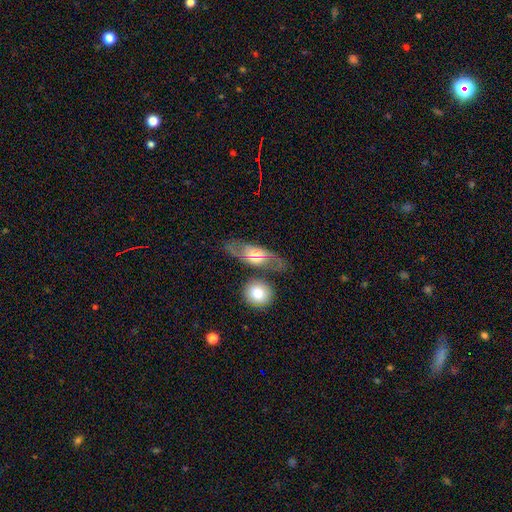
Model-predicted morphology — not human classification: smooth-or-featured: featured or disk: 66% | smooth: 27% | star or artifact: 7%
  disk-edge-on: no: 82% | yes: 18%
    bar: no: 44% | weak: 41% | strong: 15%
    has-spiral-arms: yes: 78% | no: 22%
    bulge-size: moderate: 45% | small: 41% | large: 9% | none: 4% | dominant: 2%
  merging: none: 63% | minor disturbance: 17% | merger: 11% | major disturbance: 9%